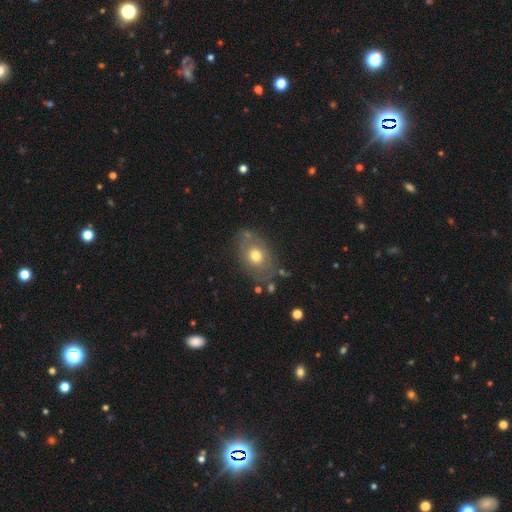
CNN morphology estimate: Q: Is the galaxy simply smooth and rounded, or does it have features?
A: smooth — 55%.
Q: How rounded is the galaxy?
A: in between — 72%.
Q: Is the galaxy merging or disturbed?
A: none — 68%.